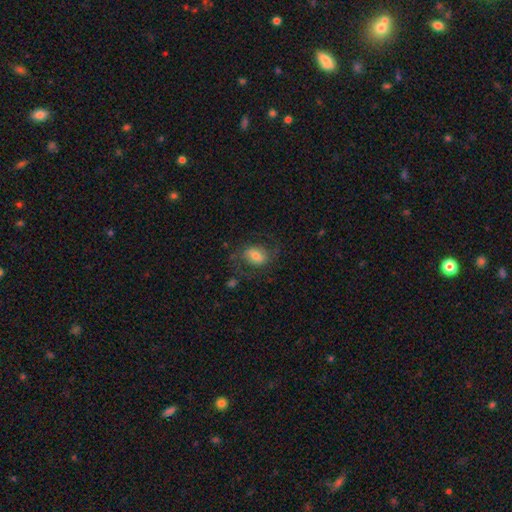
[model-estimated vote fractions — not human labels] smooth_or_featured: smooth (p=0.53) [alt: featured or disk p=0.38]
how_rounded: in between (p=0.63) [alt: round p=0.36]
merging: none (p=0.63) [alt: minor disturbance p=0.19]